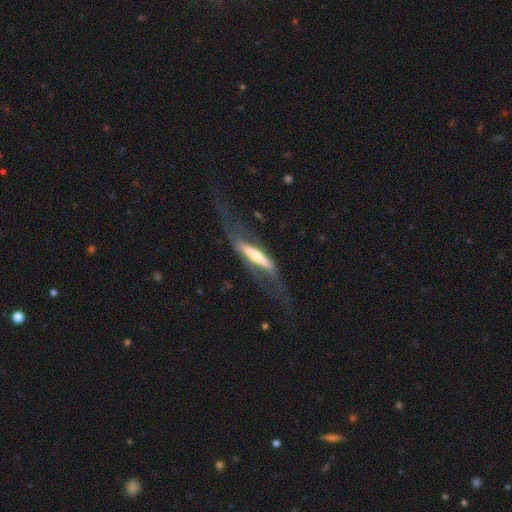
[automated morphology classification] The model was most divided on "merging": none: 42%, major disturbance: 38%, minor disturbance: 18%, merger: 3%. More confident: smooth or featured — featured or disk (71%); edge-on disk — yes (70%).